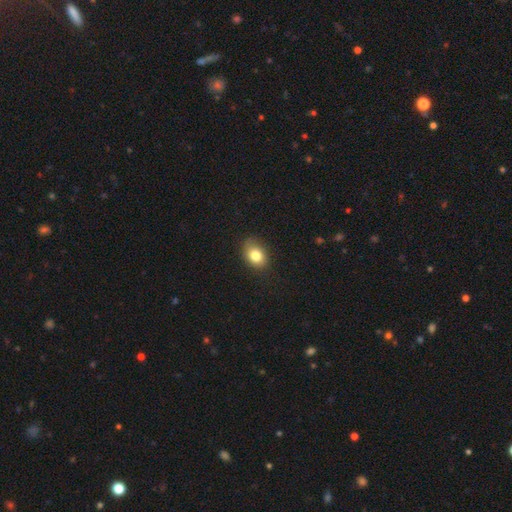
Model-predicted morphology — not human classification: The model was most divided on "how rounded": in between: 71%, round: 27%, cigar-shaped: 1%. More confident: merging — none (81%); smooth or featured — smooth (81%).